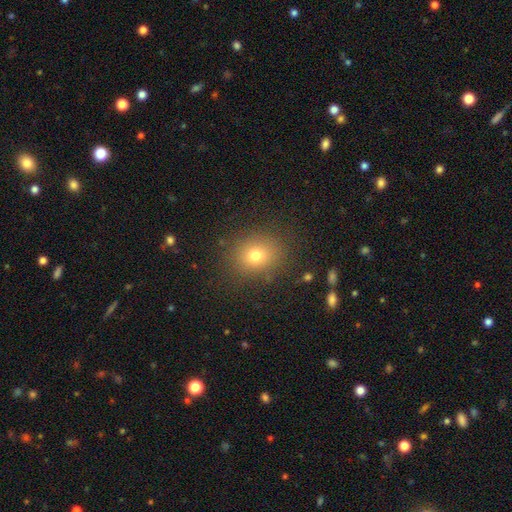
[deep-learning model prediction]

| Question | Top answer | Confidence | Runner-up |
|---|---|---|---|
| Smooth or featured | smooth | 74% | star or artifact (16%) |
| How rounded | round | 68% | in between (31%) |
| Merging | none | 85% | minor disturbance (9%) |